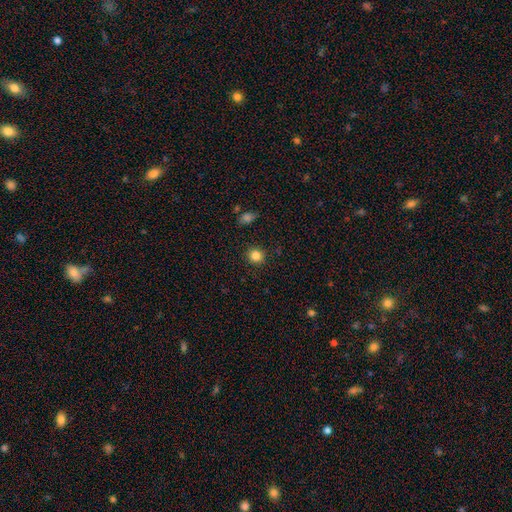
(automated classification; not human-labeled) Smooth or featured? Predicted: smooth (p=0.84). How rounded? Predicted: round (p=0.92). Merging? Predicted: none (p=0.91).